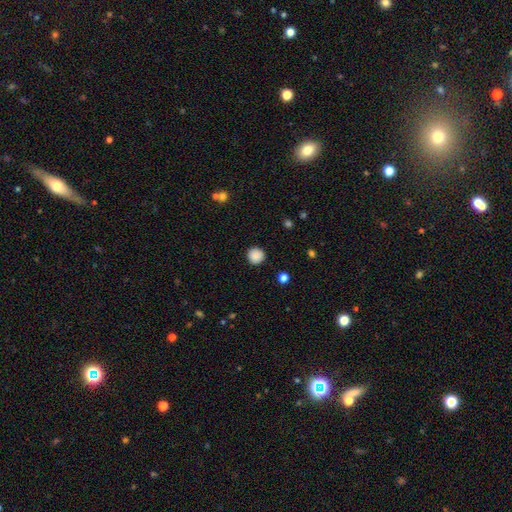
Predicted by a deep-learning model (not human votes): smooth_or_featured: smooth (p=0.88) [alt: star or artifact p=0.09]
how_rounded: round (p=0.95) [alt: in between p=0.04]
merging: none (p=0.92) [alt: minor disturbance p=0.05]